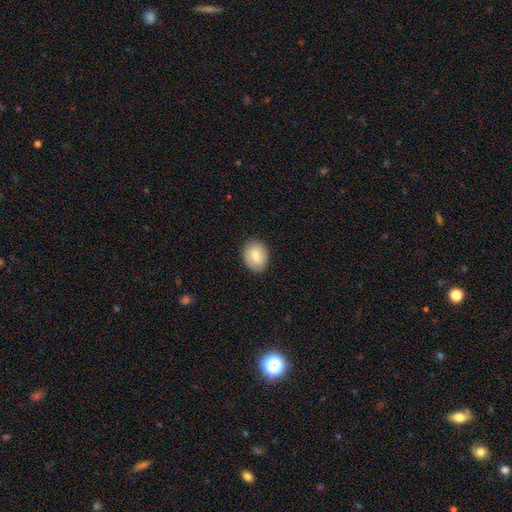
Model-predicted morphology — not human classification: Smooth or featured: smooth — 81% (featured or disk — 12%)
How rounded: in between — 63% (round — 36%)
Merging: none — 87% (minor disturbance — 10%)